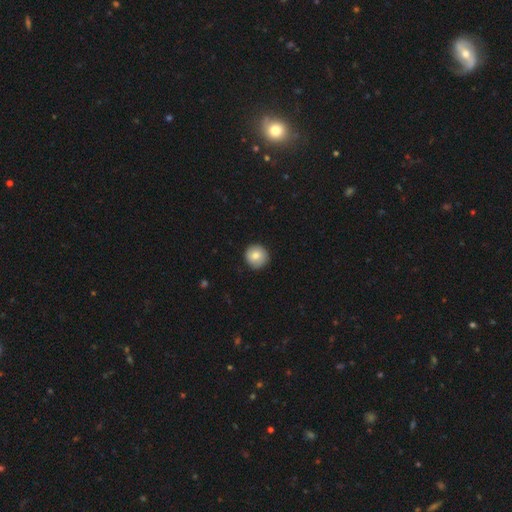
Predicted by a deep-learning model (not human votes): smooth_or_featured: smooth (p=0.80) [alt: featured or disk p=0.12]
how_rounded: round (p=0.95) [alt: in between p=0.04]
merging: none (p=0.88) [alt: minor disturbance p=0.09]